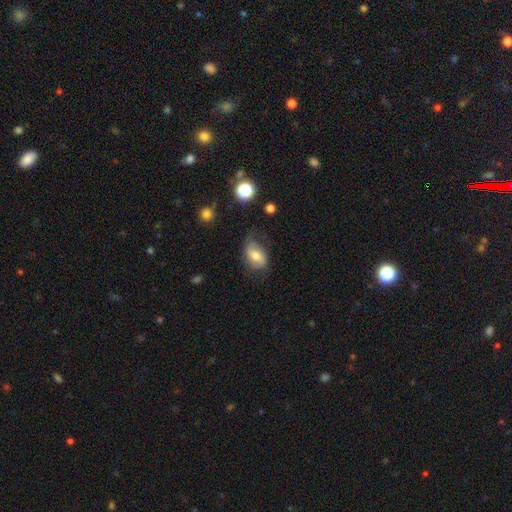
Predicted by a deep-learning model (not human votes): Smooth or featured?
  - smooth: 60% *
  - featured or disk: 31%
  - star or artifact: 9%
How rounded?
  - in between: 84% *
  - round: 15%
  - cigar-shaped: 2%
Merging?
  - none: 53% *
  - minor disturbance: 31%
  - major disturbance: 14%
  - merger: 2%